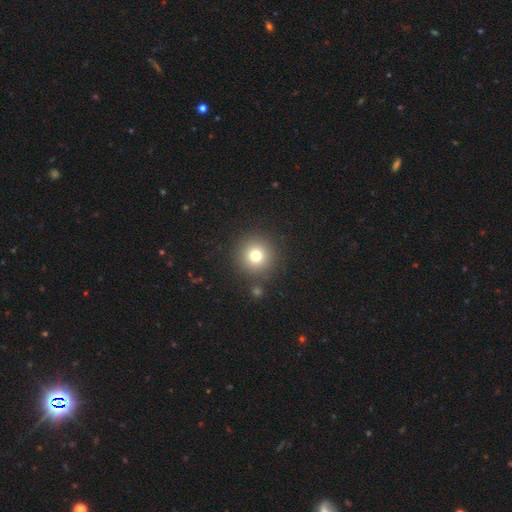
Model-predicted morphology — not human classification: A smooth galaxy with no disk features (76%) that is round (96%). Merging: none (87%).